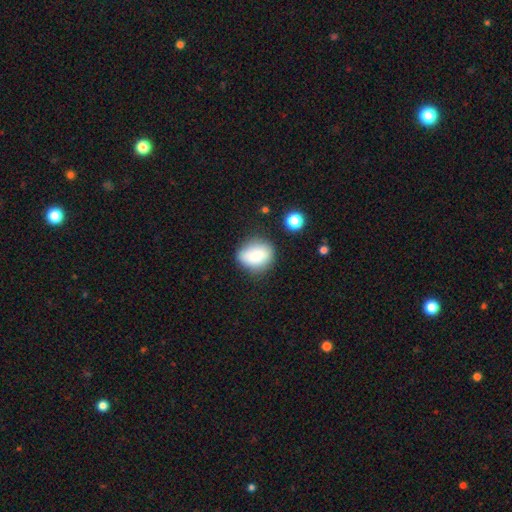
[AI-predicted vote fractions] Q: Smooth or featured?
A: smooth (83%); runner-up: star or artifact (9%)
Q: How rounded?
A: in between (56%); runner-up: round (43%)
Q: Merging?
A: none (68%); runner-up: minor disturbance (22%)